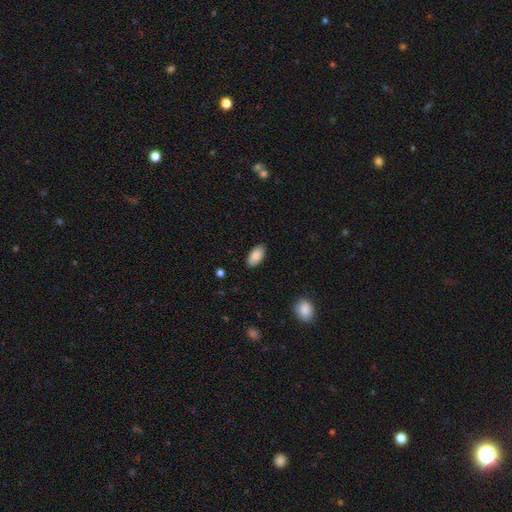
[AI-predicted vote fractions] A smooth galaxy with no disk features (85%) that is in between round and cigar-shaped (94%). Merging: none (89%).